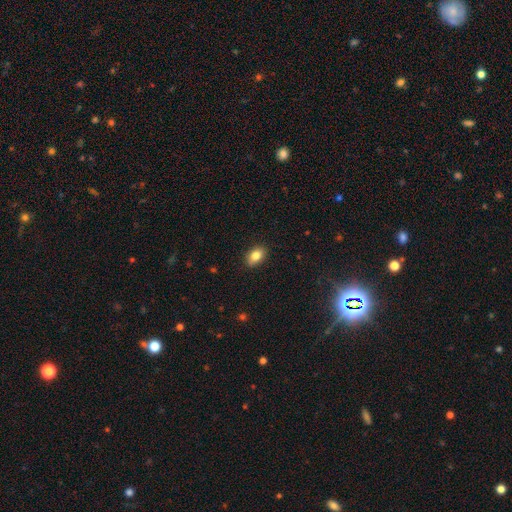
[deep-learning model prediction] A smooth galaxy with no disk features (84%) that is in between round and cigar-shaped (86%).

Vote fractions:
- Smooth or featured? smooth: 84% / star or artifact: 8% / featured or disk: 8%
- How rounded? in between: 86% / round: 12% / cigar-shaped: 2%
- Merging? none: 87% / minor disturbance: 10% / major disturbance: 2% / merger: 1%